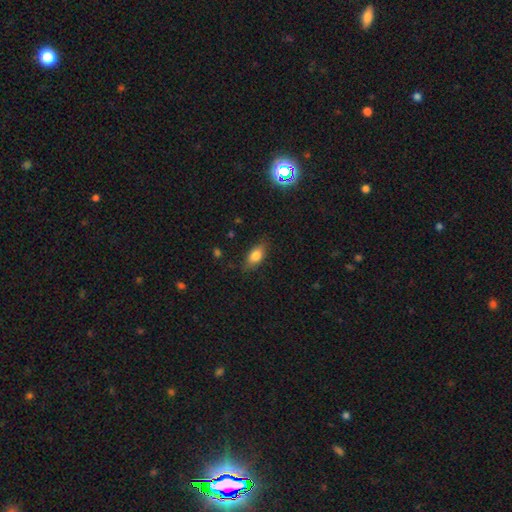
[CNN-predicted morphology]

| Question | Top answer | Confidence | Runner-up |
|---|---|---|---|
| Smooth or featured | smooth | 79% | featured or disk (13%) |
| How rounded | in between | 83% | cigar-shaped (11%) |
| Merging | none | 80% | minor disturbance (15%) |